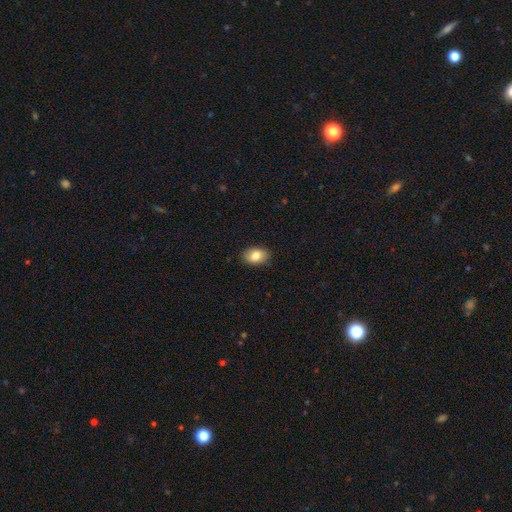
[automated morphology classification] Smooth or featured? smooth (83%)
How rounded? in between (80%)
Merging? none (87%)